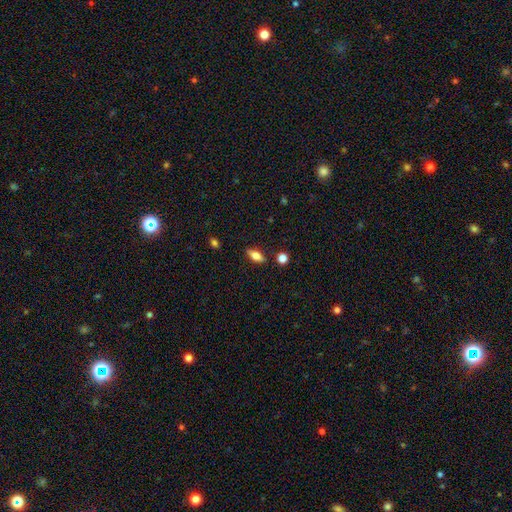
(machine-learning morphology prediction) Overall: smooth (61%; featured or disk 31%). How rounded: in between (76%). Merging: none (85%).